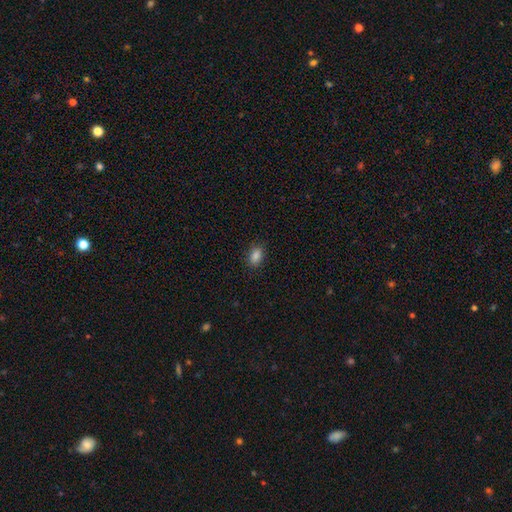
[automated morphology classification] type=smooth (87%); roundness=in between (87%); merging=none (87%).